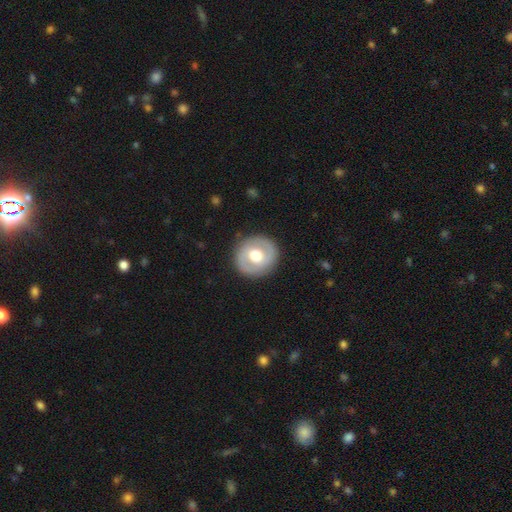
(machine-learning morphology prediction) Smooth or featured: featured or disk — 50% (smooth — 45%)
Merging: none — 88% (minor disturbance — 8%)